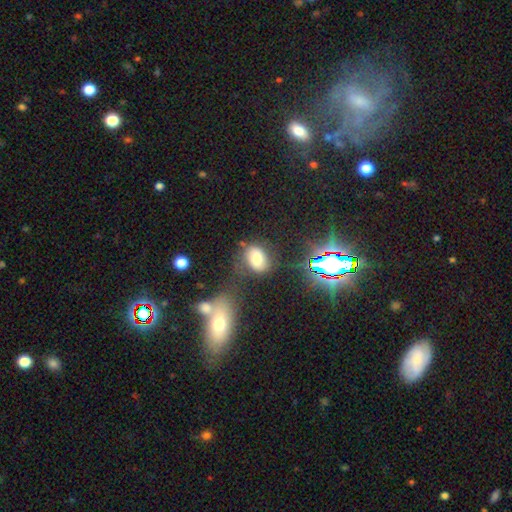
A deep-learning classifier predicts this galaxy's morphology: A smooth galaxy with no disk features (61%) that is in between round and cigar-shaped (61%).

Vote fractions:
- Smooth or featured? smooth: 61% / featured or disk: 22% / star or artifact: 17%
- How rounded? in between: 61% / round: 38% / cigar-shaped: 1%
- Merging? none: 61% / minor disturbance: 20% / major disturbance: 10% / merger: 9%